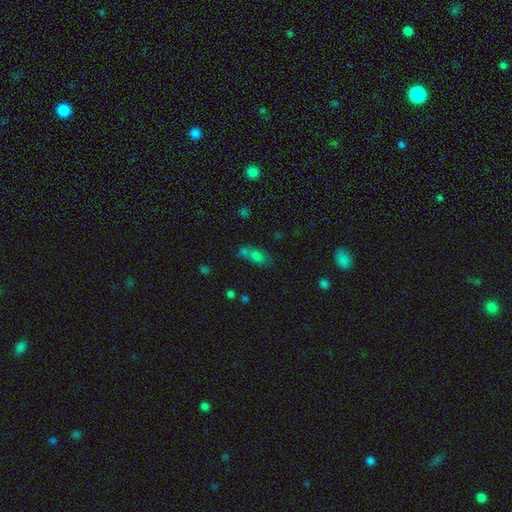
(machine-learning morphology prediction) type=smooth (66%); roundness=in between (73%); merging=none (41%).